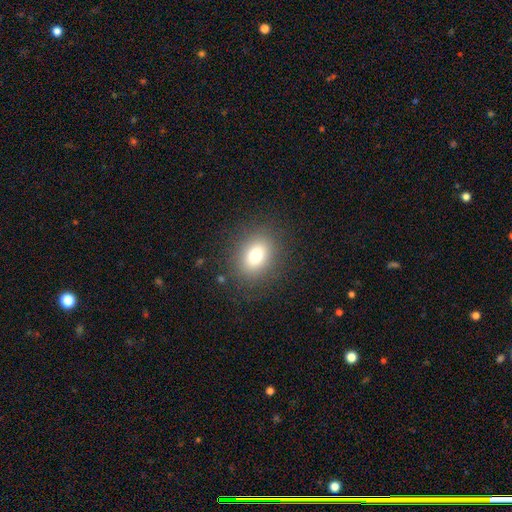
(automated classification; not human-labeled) smooth_or_featured: smooth (p=0.76) [alt: star or artifact p=0.12]
how_rounded: in between (p=0.58) [alt: round p=0.41]
merging: none (p=0.84) [alt: minor disturbance p=0.09]